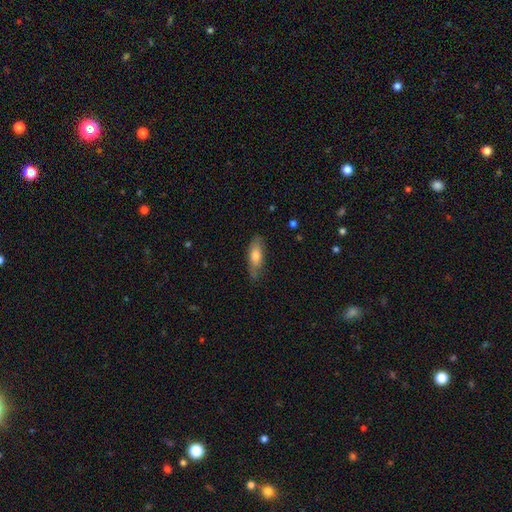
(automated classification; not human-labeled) smooth-or-featured: smooth: 69% | featured or disk: 25% | star or artifact: 6%
  how-rounded: in between: 60% | cigar-shaped: 37% | round: 3%
  merging: none: 74% | minor disturbance: 21% | major disturbance: 4% | merger: 1%